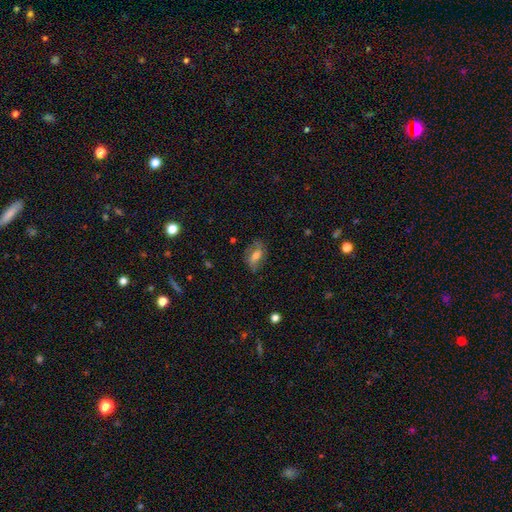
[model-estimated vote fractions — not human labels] Morphology: type=smooth (51%); roundness=in between (83%); merging=none (68%).